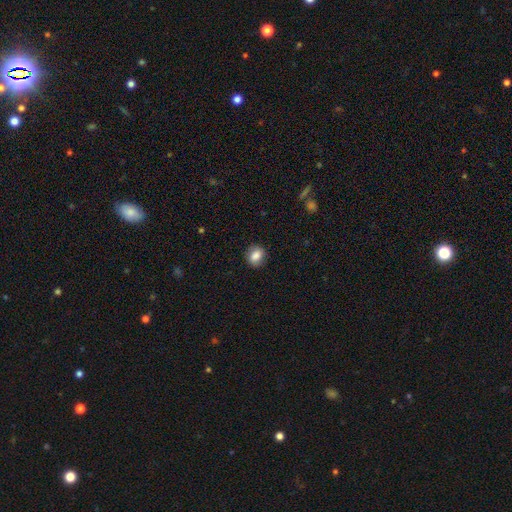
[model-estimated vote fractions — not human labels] Smooth or featured? smooth (83%)
How rounded? round (55%)
Merging? none (85%)